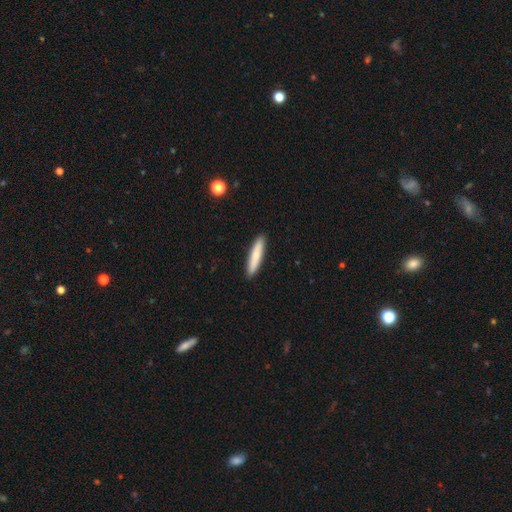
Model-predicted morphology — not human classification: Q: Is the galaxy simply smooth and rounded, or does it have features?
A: smooth — 74%.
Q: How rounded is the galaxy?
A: cigar-shaped — 90%.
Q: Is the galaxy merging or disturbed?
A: none — 91%.